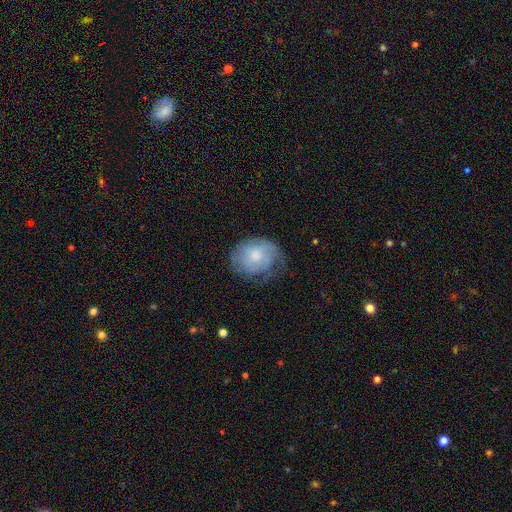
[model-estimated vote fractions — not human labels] A smooth galaxy with no disk features (52%) that is round (58%).

Vote fractions:
- Smooth or featured? smooth: 52% / featured or disk: 41% / star or artifact: 7%
- How rounded? round: 58% / in between: 41% / cigar-shaped: 1%
- Merging? none: 48% / minor disturbance: 32% / major disturbance: 18% / merger: 1%